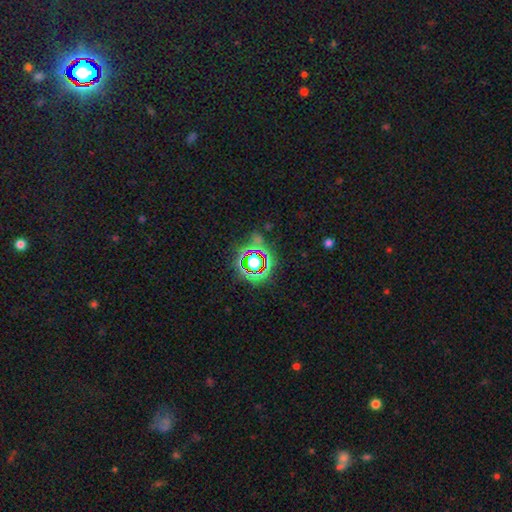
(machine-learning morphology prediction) A star or artifact, not a galaxy (78%).

Vote fractions:
- Smooth or featured? star or artifact: 78% / smooth: 12% / featured or disk: 9%